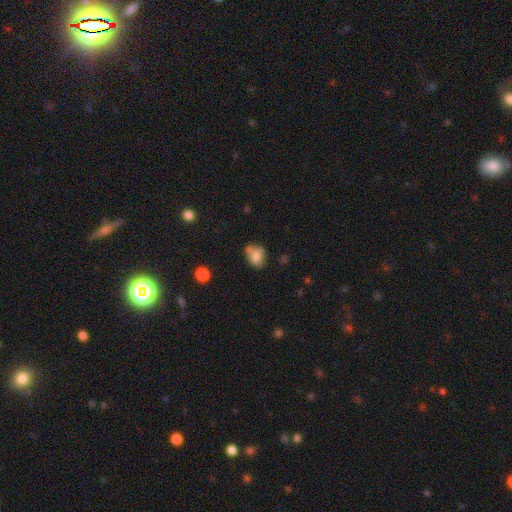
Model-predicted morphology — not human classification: Smooth or featured?
  - smooth: 74% *
  - featured or disk: 16%
  - star or artifact: 11%
How rounded?
  - in between: 61% *
  - round: 38%
  - cigar-shaped: 1%
Merging?
  - none: 47% *
  - minor disturbance: 25%
  - merger: 20%
  - major disturbance: 9%